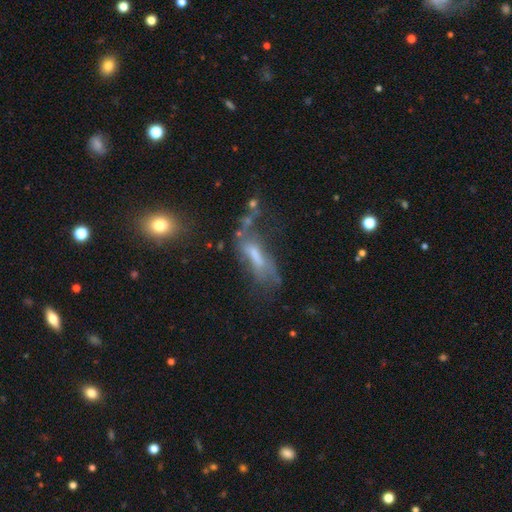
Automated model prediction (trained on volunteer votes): smooth-or-featured: featured or disk: 48% | smooth: 38% | star or artifact: 14%
  merging: major disturbance: 34% | none: 32% | minor disturbance: 21% | merger: 13%